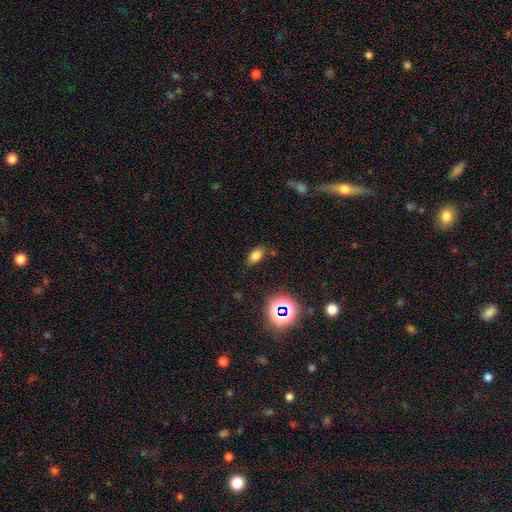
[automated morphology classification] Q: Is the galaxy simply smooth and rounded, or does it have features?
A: smooth — 74%.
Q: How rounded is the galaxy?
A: in between — 88%.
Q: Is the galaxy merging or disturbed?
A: none — 83%.